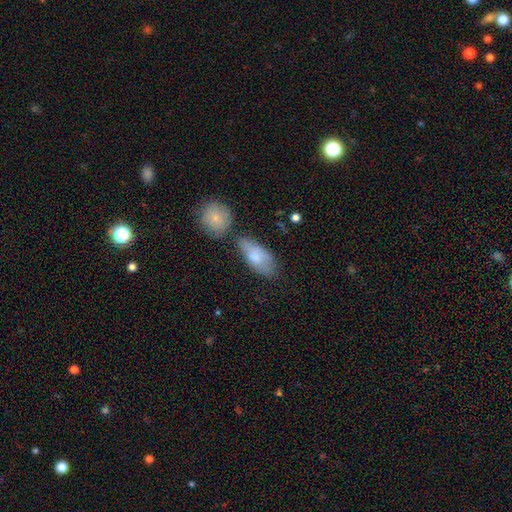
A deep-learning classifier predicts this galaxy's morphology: Overall: smooth (73%). How rounded: in between (86%). Merging: none (45%; minor disturbance 27%).